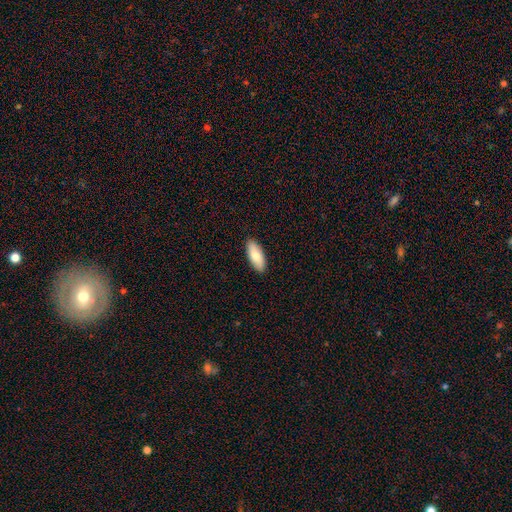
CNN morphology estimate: smooth 83%, featured or disk 12%, star or artifact 5%. Down the decision tree: how rounded — in between (81%); merging — none (90%).